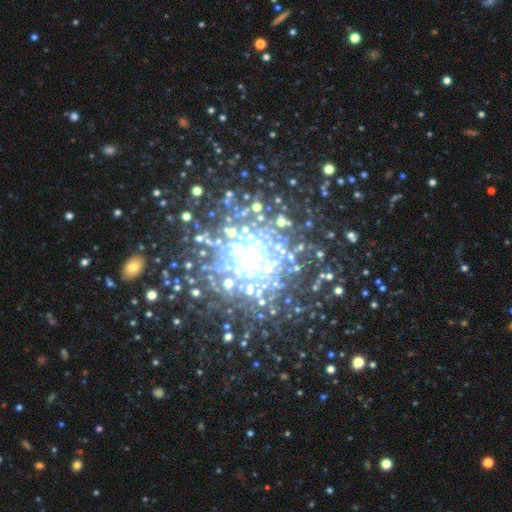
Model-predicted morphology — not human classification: type=featured or disk (47%); merging=none (63%).